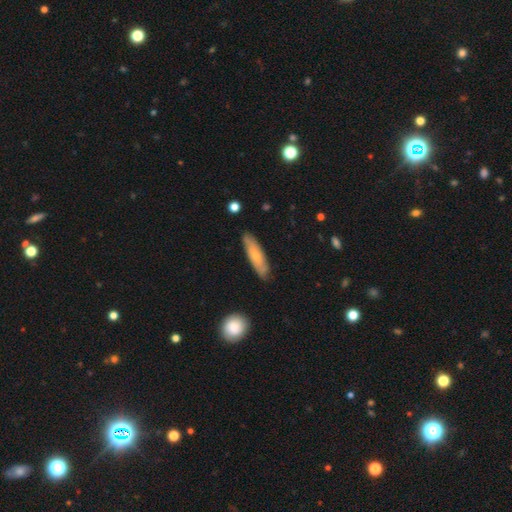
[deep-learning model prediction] smooth 59%, featured or disk 35%, star or artifact 6%. Down the decision tree: how rounded — cigar-shaped (63%); merging — none (82%).